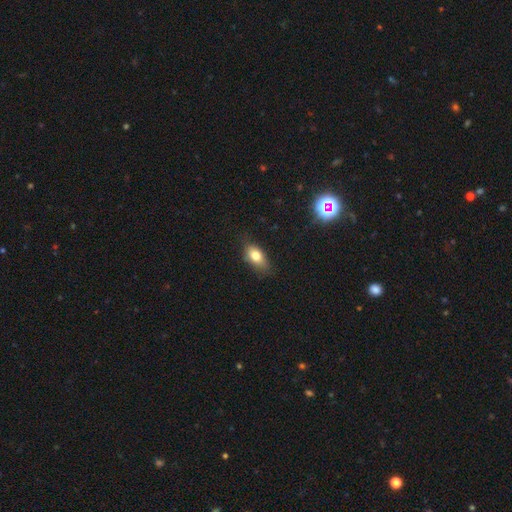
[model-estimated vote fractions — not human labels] Smooth or featured: smooth — 77% (featured or disk — 13%)
How rounded: in between — 85% (round — 9%)
Merging: none — 72% (minor disturbance — 22%)